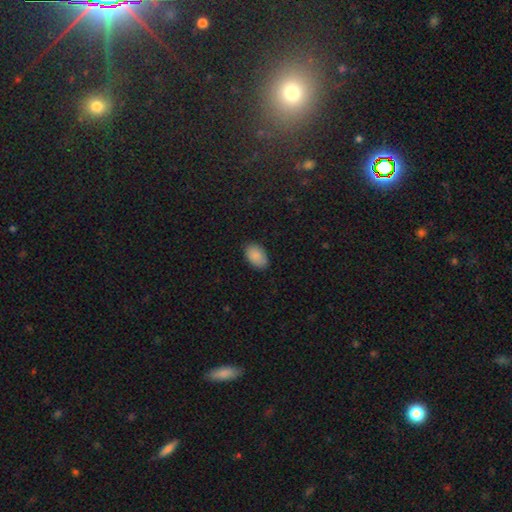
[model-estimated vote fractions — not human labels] Overall: smooth (88%). How rounded: in between (91%). Merging: none (86%).